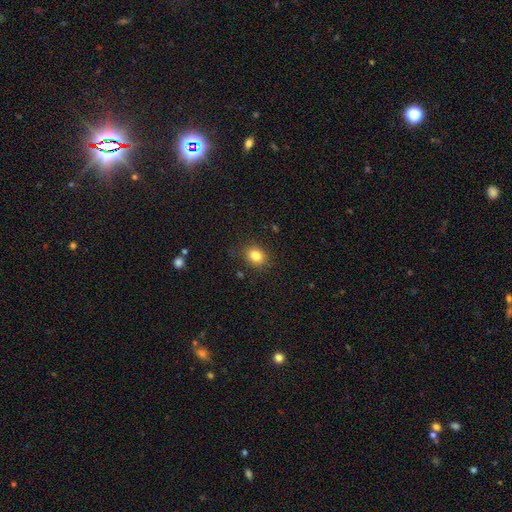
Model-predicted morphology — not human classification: The model was most divided on "how rounded": round: 51%, in between: 48%, cigar-shaped: 1%. More confident: merging — none (85%); smooth or featured — smooth (83%).